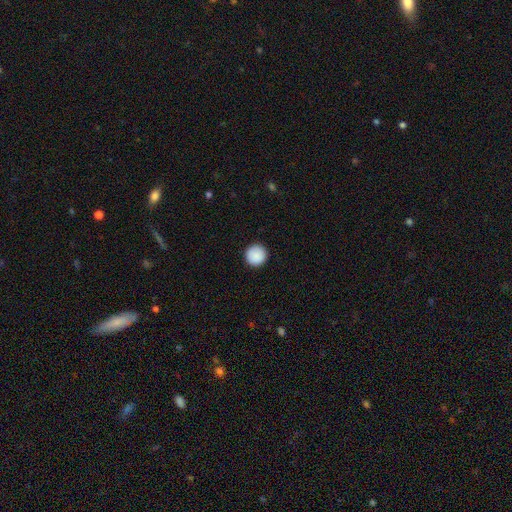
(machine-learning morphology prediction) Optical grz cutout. It shows a smooth galaxy with no disk features (89%) that is round (97%). Merging: none (93%).